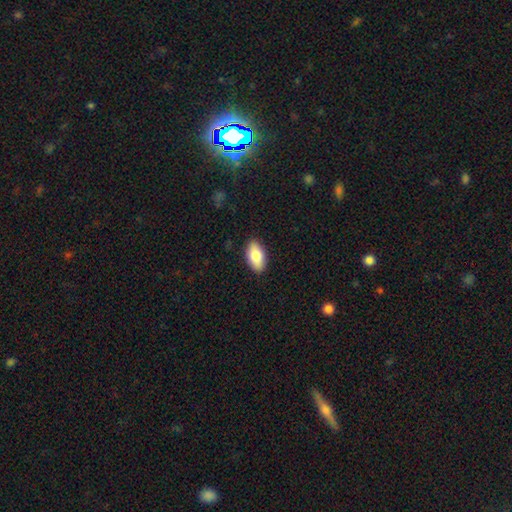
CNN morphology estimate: type=smooth (83%); roundness=in between (93%); merging=none (89%).